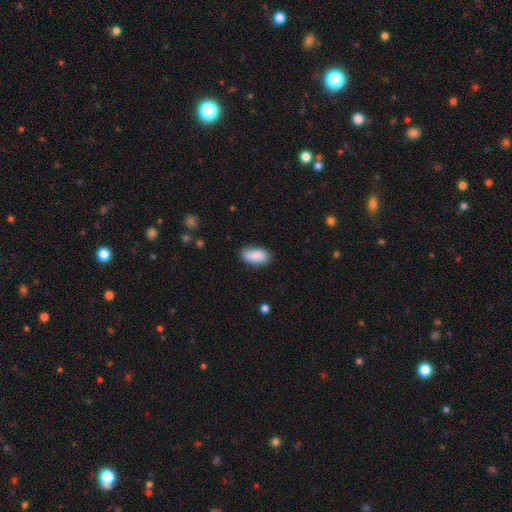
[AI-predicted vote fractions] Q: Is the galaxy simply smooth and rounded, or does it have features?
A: smooth — 85%.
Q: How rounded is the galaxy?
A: in between — 92%.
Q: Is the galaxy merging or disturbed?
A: none — 75%.